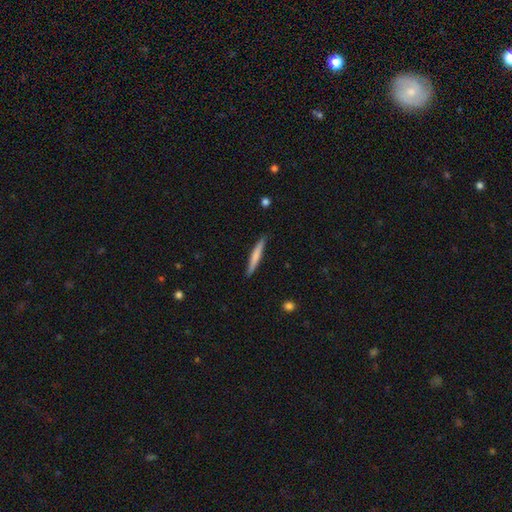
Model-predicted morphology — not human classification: A smooth galaxy with no disk features (67%) that is cigar-shaped (95%).

Vote fractions:
- Smooth or featured? smooth: 67% / featured or disk: 28% / star or artifact: 5%
- How rounded? cigar-shaped: 95% / in between: 4% / round: 1%
- Merging? none: 88% / minor disturbance: 9% / major disturbance: 2% / merger: 1%